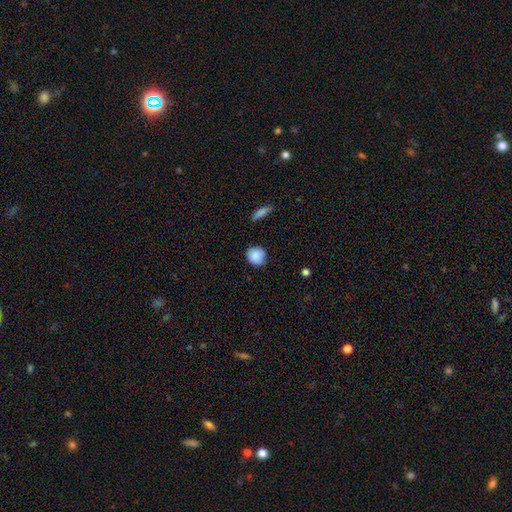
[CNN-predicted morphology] type=smooth (87%); roundness=round (86%); merging=none (83%).